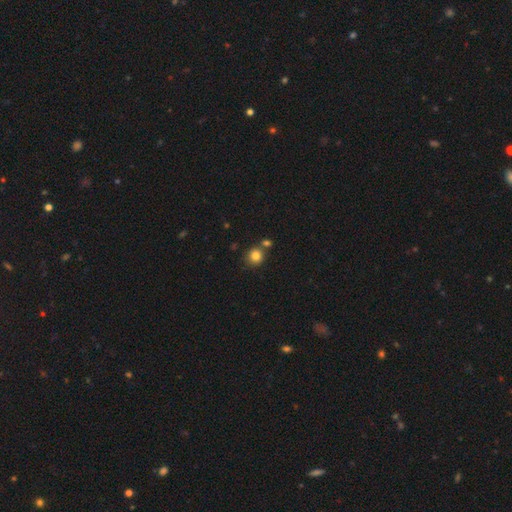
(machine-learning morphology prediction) smooth 83%, star or artifact 11%, featured or disk 6%. Down the decision tree: how rounded — round (87%); merging — none (69%).